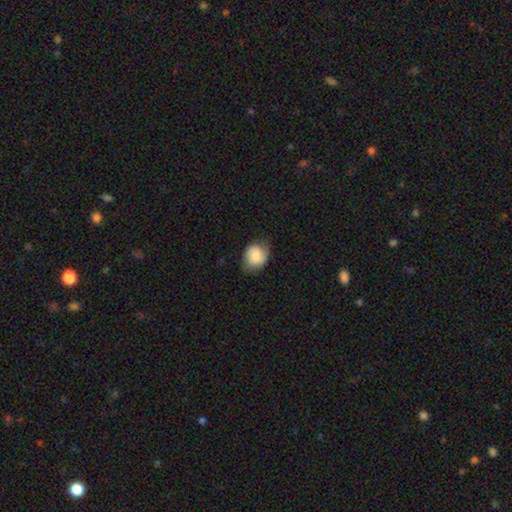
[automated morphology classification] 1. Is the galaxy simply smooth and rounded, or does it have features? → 68% smooth, 24% featured or disk, 8% star or artifact.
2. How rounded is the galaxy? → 56% round, 43% in between, 1% cigar-shaped.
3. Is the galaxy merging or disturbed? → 62% none, 29% minor disturbance, 8% major disturbance, 1% merger.